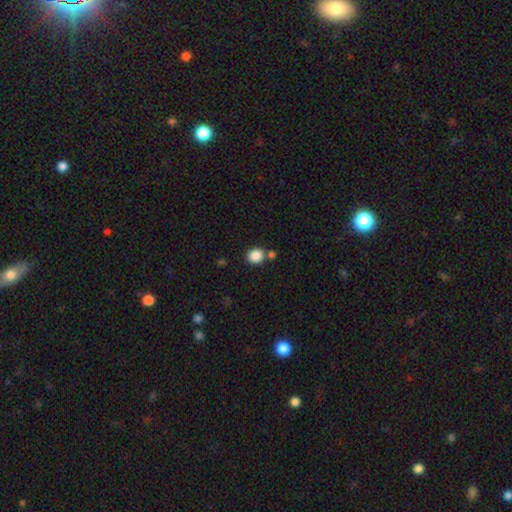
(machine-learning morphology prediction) smooth 86%, star or artifact 10%, featured or disk 4%. Down the decision tree: how rounded — round (71%); merging — none (71%).